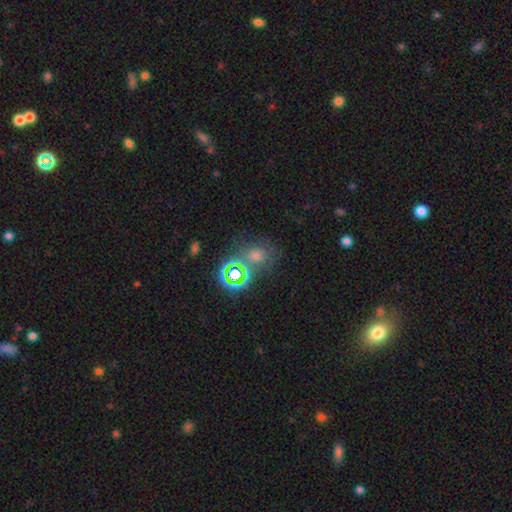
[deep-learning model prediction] star or artifact 45%, smooth 42%, featured or disk 13%.